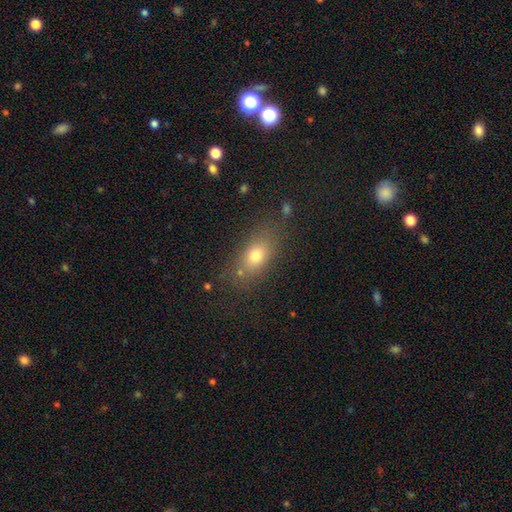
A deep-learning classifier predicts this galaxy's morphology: Q: Smooth or featured?
A: smooth (74%); runner-up: featured or disk (14%)
Q: How rounded?
A: in between (73%); runner-up: round (18%)
Q: Merging?
A: none (75%); runner-up: minor disturbance (15%)